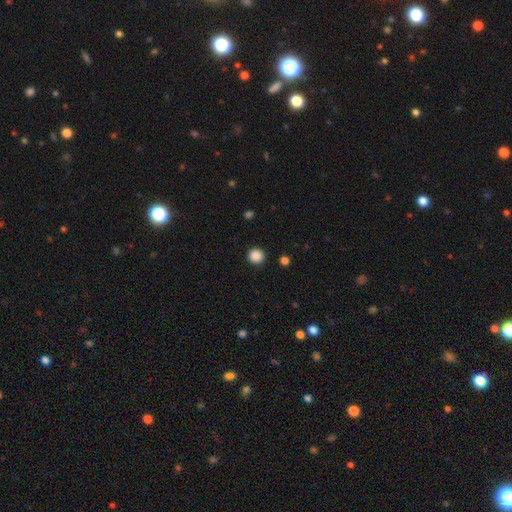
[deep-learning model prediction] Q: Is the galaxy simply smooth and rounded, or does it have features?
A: smooth — 87%.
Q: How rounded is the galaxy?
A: round — 92%.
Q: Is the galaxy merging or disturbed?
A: none — 92%.